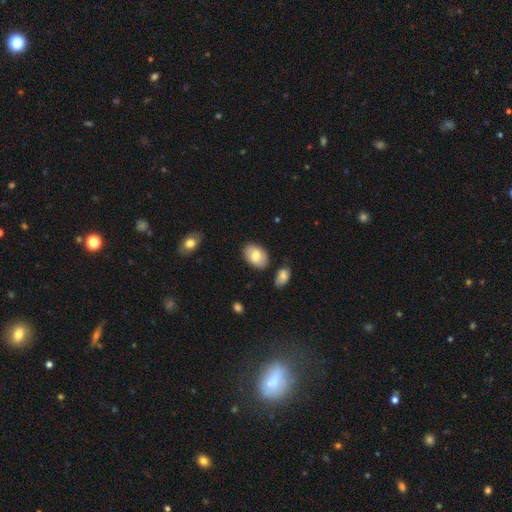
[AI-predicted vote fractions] Morphology: type=smooth (77%); roundness=in between (86%); merging=none (82%).